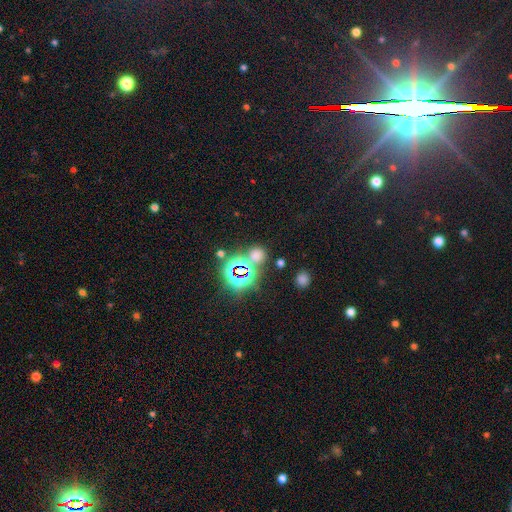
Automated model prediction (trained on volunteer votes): Smooth or featured: star or artifact — 48% (smooth — 46%)